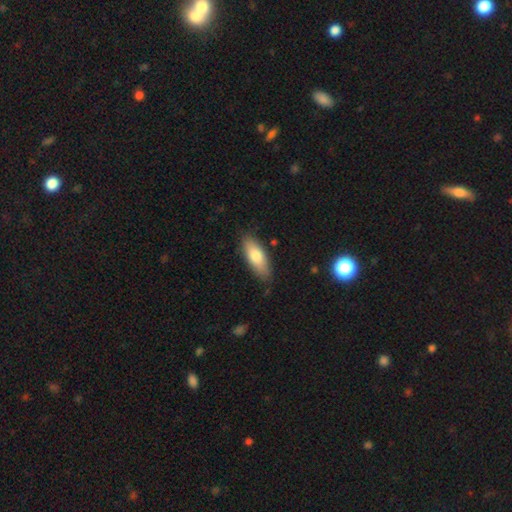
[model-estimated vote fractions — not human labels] smooth-or-featured: smooth: 77% | featured or disk: 17% | star or artifact: 6%
  how-rounded: in between: 73% | cigar-shaped: 25% | round: 2%
  merging: none: 84% | minor disturbance: 12% | major disturbance: 2% | merger: 1%